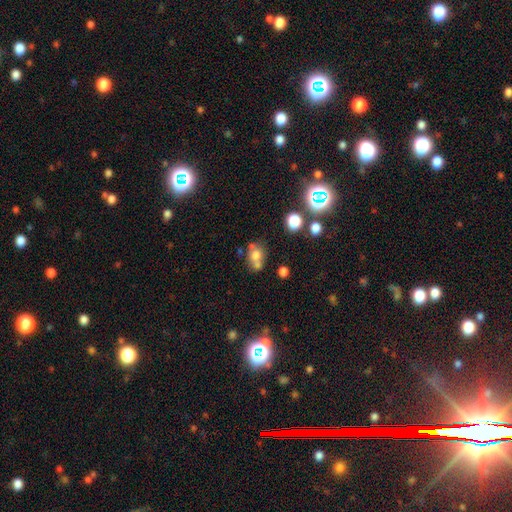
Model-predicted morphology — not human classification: Smooth or featured? Predicted: smooth (p=0.67). How rounded? Predicted: round (p=0.53). Merging? Predicted: none (p=0.44).